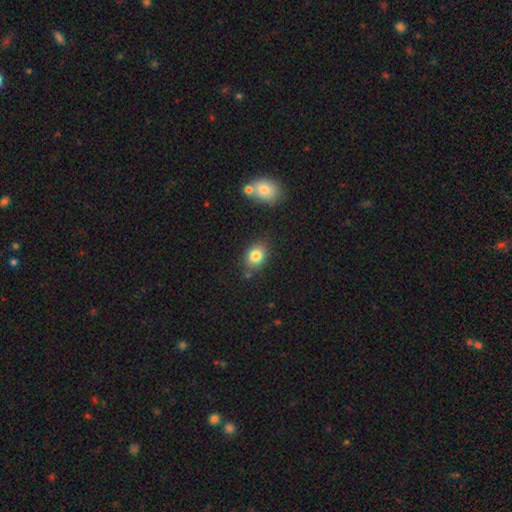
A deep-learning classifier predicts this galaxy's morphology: type=smooth (82%); roundness=in between (60%); merging=none (79%).